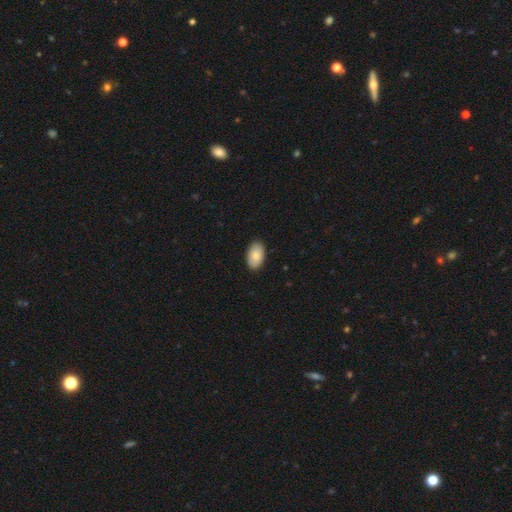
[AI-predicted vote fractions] Morphology: type=smooth (86%); roundness=in between (95%); merging=none (89%).